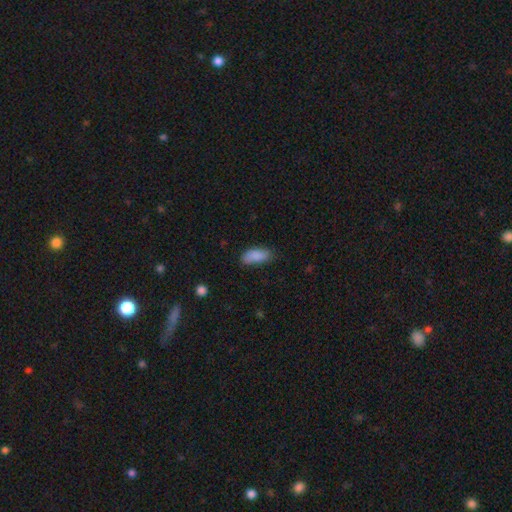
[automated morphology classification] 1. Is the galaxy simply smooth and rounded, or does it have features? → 88% smooth, 7% star or artifact, 5% featured or disk.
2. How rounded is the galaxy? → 86% in between, 12% cigar-shaped, 2% round.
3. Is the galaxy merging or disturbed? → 73% none, 22% minor disturbance, 4% major disturbance, 2% merger.